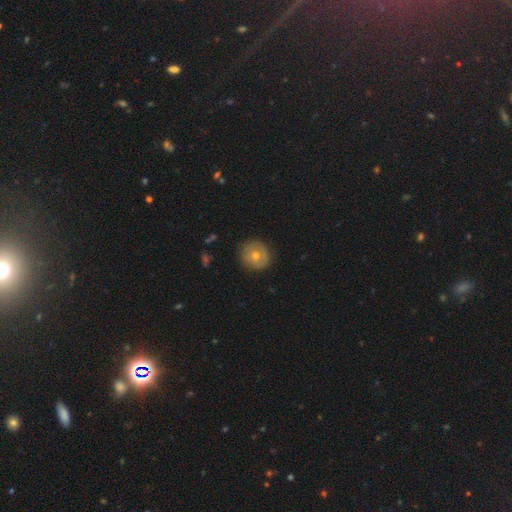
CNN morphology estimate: smooth-or-featured: smooth: 61% | featured or disk: 30% | star or artifact: 9%
  how-rounded: round: 91% | in between: 8% | cigar-shaped: 1%
  merging: none: 88% | minor disturbance: 9% | major disturbance: 2% | merger: 1%